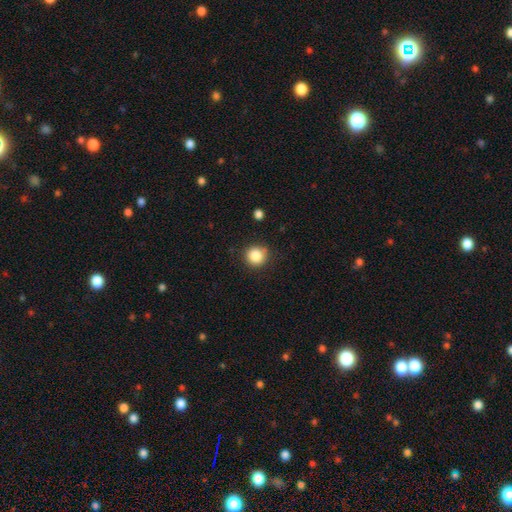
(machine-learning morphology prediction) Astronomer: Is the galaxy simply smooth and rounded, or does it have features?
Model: smooth — 86%.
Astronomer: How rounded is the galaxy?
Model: round — 93%.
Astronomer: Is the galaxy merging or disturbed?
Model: none — 84%.